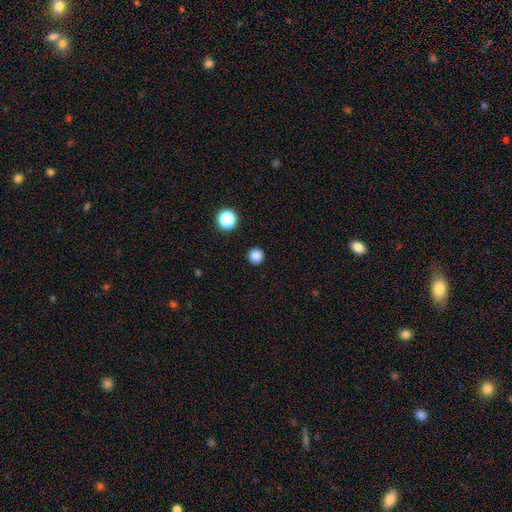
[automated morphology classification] Q: Smooth or featured?
A: smooth (84%); runner-up: star or artifact (13%)
Q: How rounded?
A: round (96%); runner-up: in between (3%)
Q: Merging?
A: none (92%); runner-up: minor disturbance (5%)